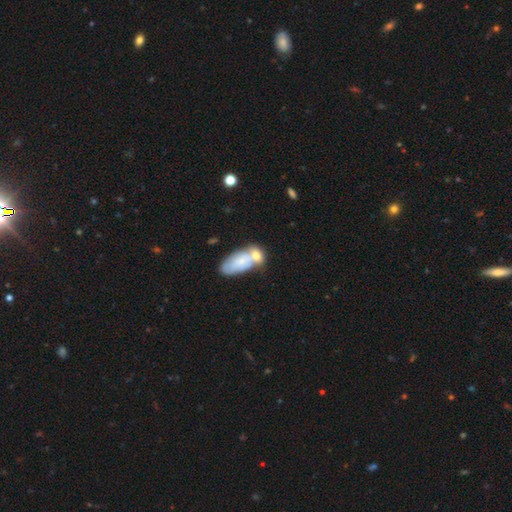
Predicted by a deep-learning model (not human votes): Morphology: type=smooth (56%); roundness=in between (76%); merging=none (51%).